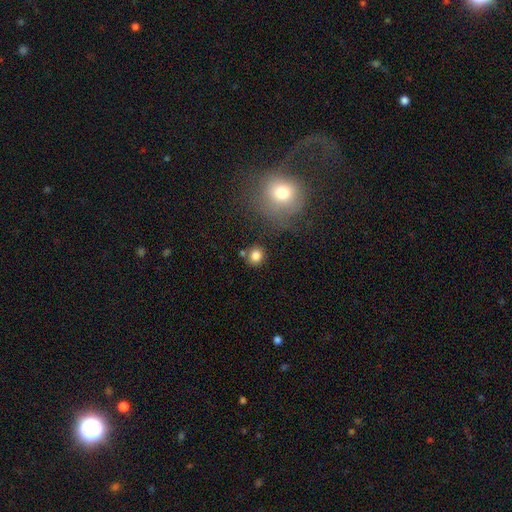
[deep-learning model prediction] A smooth galaxy with no disk features (83%) that is round (83%).

Vote fractions:
- Smooth or featured? smooth: 83% / star or artifact: 11% / featured or disk: 6%
- How rounded? round: 83% / in between: 16% / cigar-shaped: 1%
- Merging? none: 78% / minor disturbance: 10% / merger: 9% / major disturbance: 3%